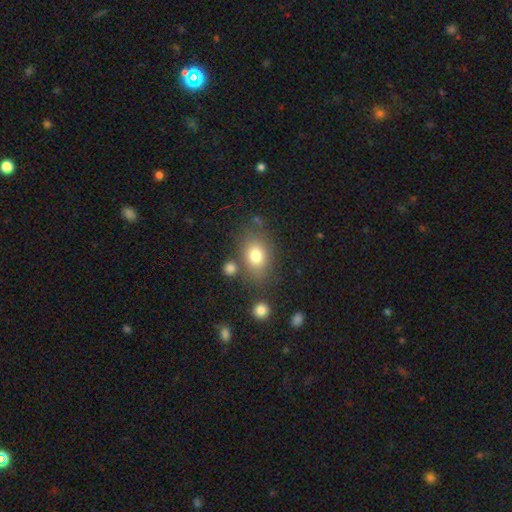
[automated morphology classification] This appears to be a smooth galaxy with no disk features (78%) that is in between round and cigar-shaped (71%). Merging: none (69%).